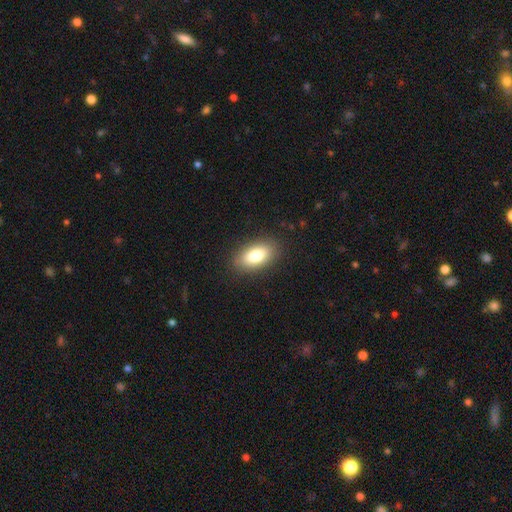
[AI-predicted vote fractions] Smooth or featured? smooth (80%)
How rounded? in between (91%)
Merging? none (88%)